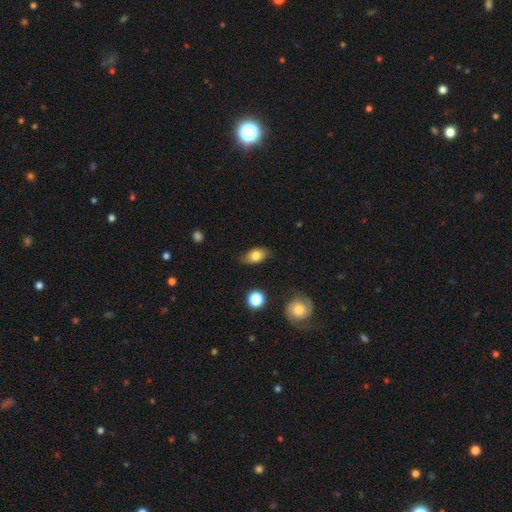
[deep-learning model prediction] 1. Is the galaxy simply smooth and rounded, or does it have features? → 79% smooth, 13% featured or disk, 8% star or artifact.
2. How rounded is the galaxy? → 87% in between, 10% round, 3% cigar-shaped.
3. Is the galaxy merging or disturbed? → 75% none, 20% minor disturbance, 4% major disturbance, 2% merger.